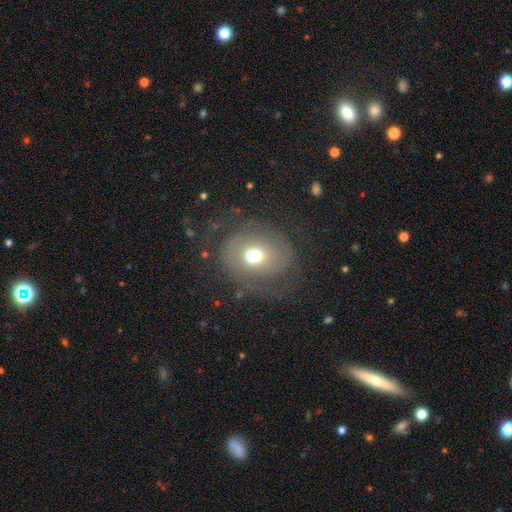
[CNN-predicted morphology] Smooth or featured?
  - smooth: 44% *
  - featured or disk: 43%
  - star or artifact: 13%
Merging?
  - none: 60% *
  - major disturbance: 19%
  - minor disturbance: 19%
  - merger: 3%